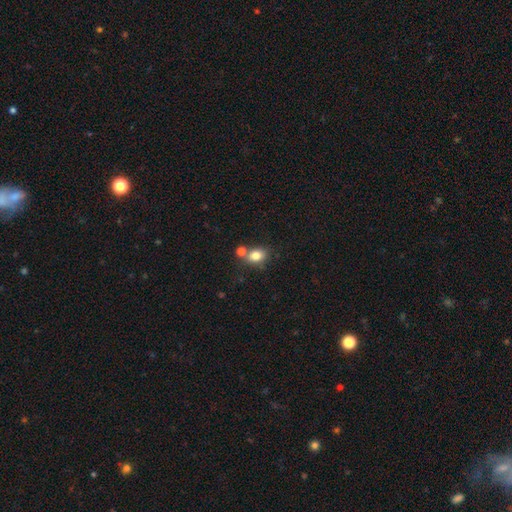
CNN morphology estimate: This appears to be a smooth galaxy with no disk features (81%) that is in between round and cigar-shaped (59%). Merging: none (57%).